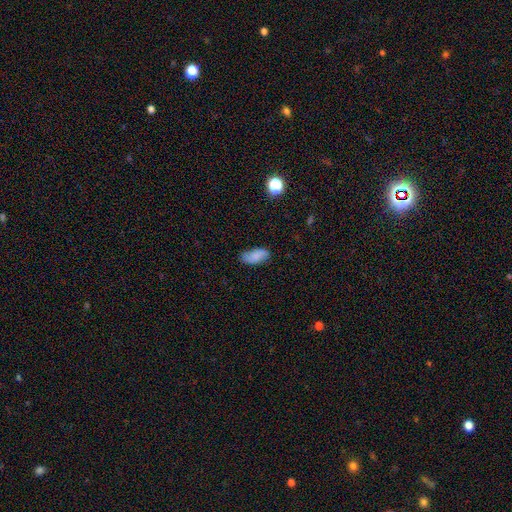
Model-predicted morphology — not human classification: Overall: smooth (81%). How rounded: in between (90%). Merging: none (77%).